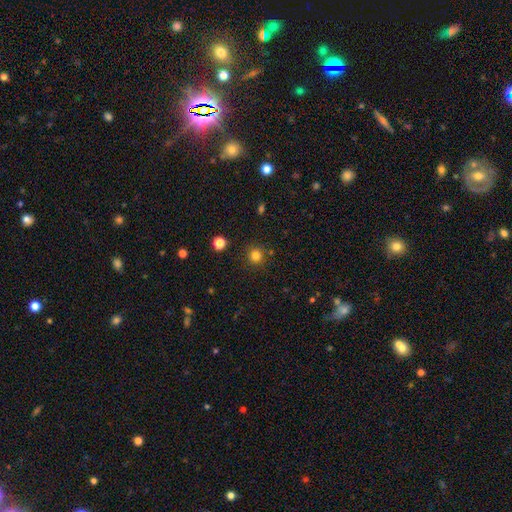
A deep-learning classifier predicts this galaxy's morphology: A smooth galaxy with no disk features (81%) that is round (94%). Merging: none (88%).